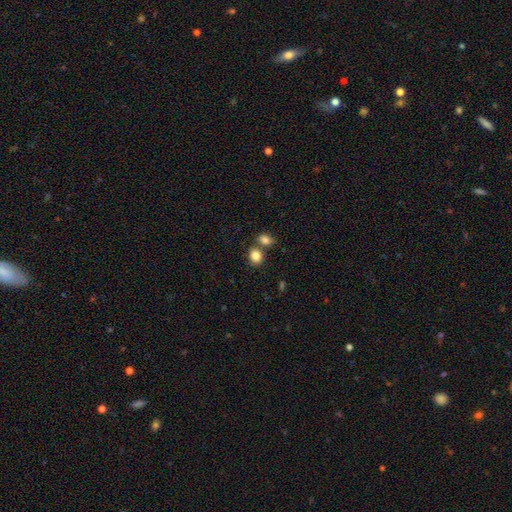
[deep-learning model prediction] This is clearly a smooth galaxy (85%). How rounded: possibly in between (53%). Merging: possibly none (55%).